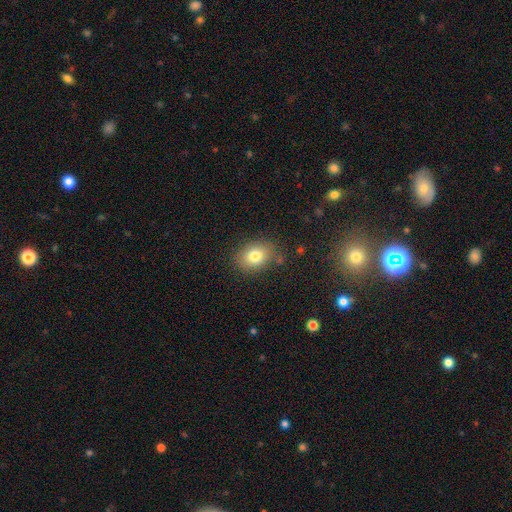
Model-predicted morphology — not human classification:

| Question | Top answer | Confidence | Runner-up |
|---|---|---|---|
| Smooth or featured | smooth | 69% | star or artifact (22%) |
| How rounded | in between | 56% | round (43%) |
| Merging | none | 86% | minor disturbance (9%) |